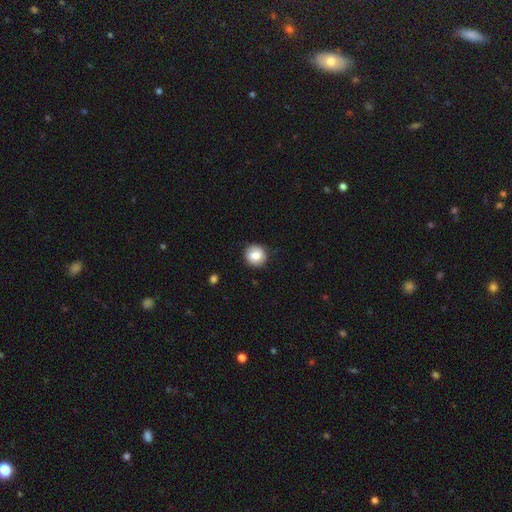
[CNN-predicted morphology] Overall: smooth (79%). How rounded: round (91%). Merging: none (87%).